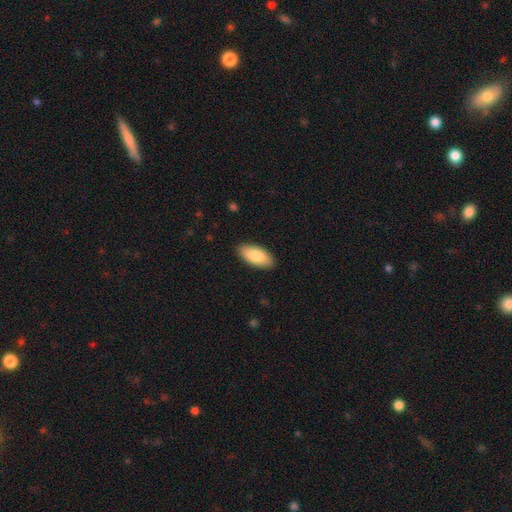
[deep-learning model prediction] This appears to be a smooth galaxy with no disk features (85%) that is in between round and cigar-shaped (91%). Merging: none (89%).